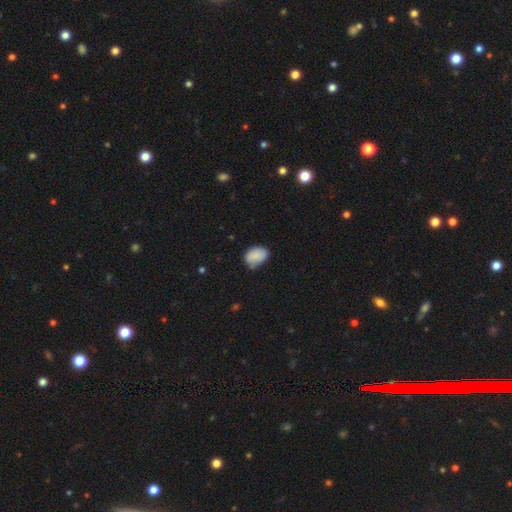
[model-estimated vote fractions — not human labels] A smooth galaxy with no disk features (85%) that is in between round and cigar-shaped (78%).

Vote fractions:
- Smooth or featured? smooth: 85% / star or artifact: 8% / featured or disk: 7%
- How rounded? in between: 78% / round: 21% / cigar-shaped: 1%
- Merging? none: 58% / minor disturbance: 32% / major disturbance: 6% / merger: 3%